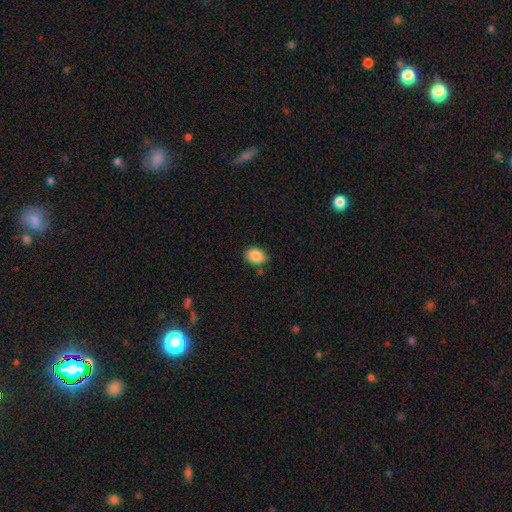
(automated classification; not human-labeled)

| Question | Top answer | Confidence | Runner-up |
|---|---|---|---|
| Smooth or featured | smooth | 87% | star or artifact (8%) |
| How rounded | in between | 69% | round (30%) |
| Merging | none | 79% | minor disturbance (15%) |